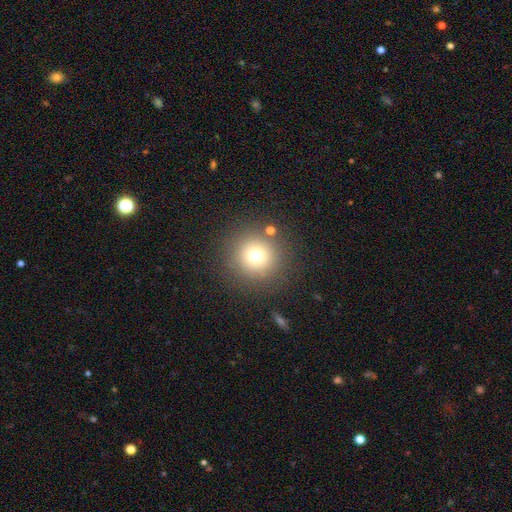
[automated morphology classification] Overall: smooth (71%). How rounded: round (95%). Merging: none (84%).